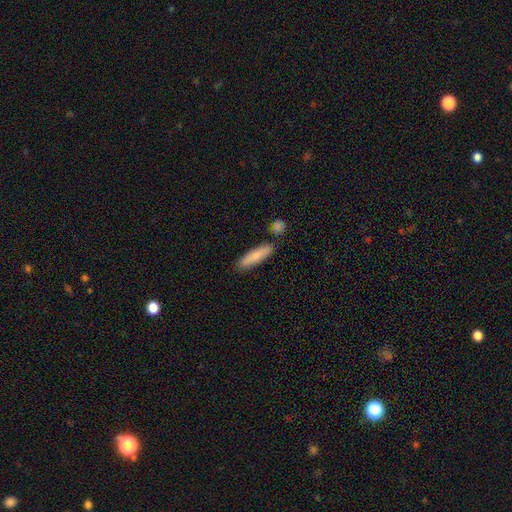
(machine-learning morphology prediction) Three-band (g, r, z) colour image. It shows a smooth galaxy with no disk features (76%) that is cigar-shaped (71%). Merging: none (80%).